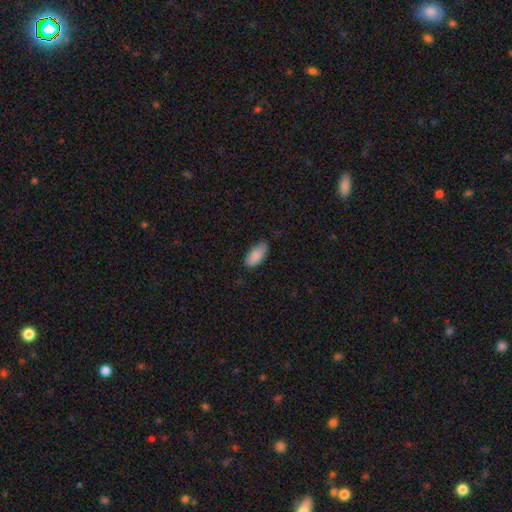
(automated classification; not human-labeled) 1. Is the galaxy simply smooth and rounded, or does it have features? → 88% smooth, 6% star or artifact, 6% featured or disk.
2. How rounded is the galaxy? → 91% in between, 7% cigar-shaped, 2% round.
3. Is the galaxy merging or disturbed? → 79% none, 17% minor disturbance, 3% major disturbance, 1% merger.